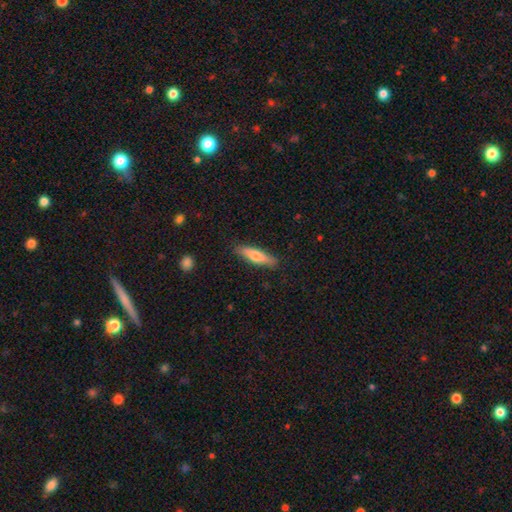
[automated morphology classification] smooth 66%, featured or disk 28%, star or artifact 6%. Down the decision tree: how rounded — cigar-shaped (71%); merging — none (87%).